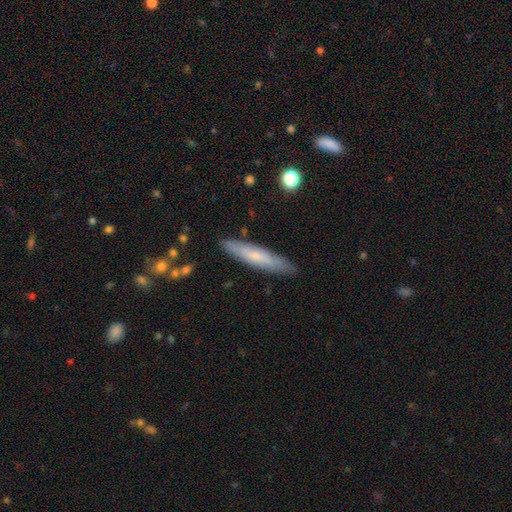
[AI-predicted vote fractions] A smooth galaxy with no disk features (60%) that is cigar-shaped (88%).

Vote fractions:
- Smooth or featured? smooth: 60% / featured or disk: 34% / star or artifact: 6%
- How rounded? cigar-shaped: 88% / in between: 10% / round: 1%
- Merging? none: 86% / minor disturbance: 10% / major disturbance: 2% / merger: 2%